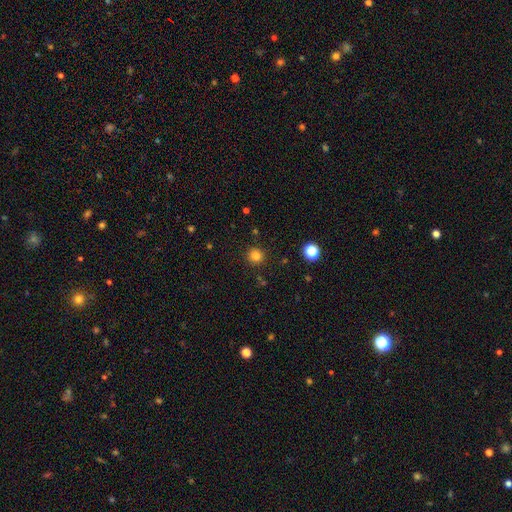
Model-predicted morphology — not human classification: smooth 82%, star or artifact 14%, featured or disk 4%. Down the decision tree: how rounded — round (95%); merging — none (91%).